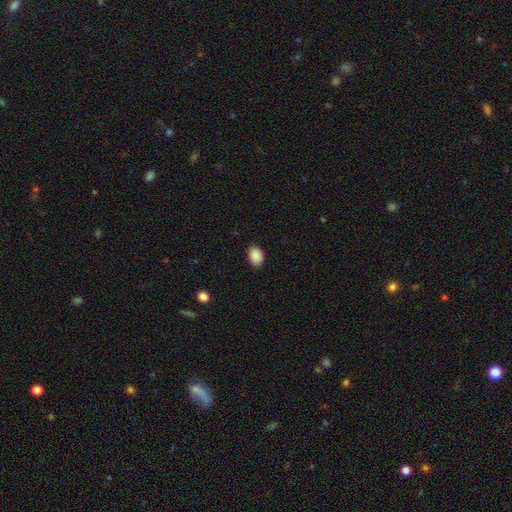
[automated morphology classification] Smooth or featured? smooth (90%)
How rounded? in between (82%)
Merging? none (87%)